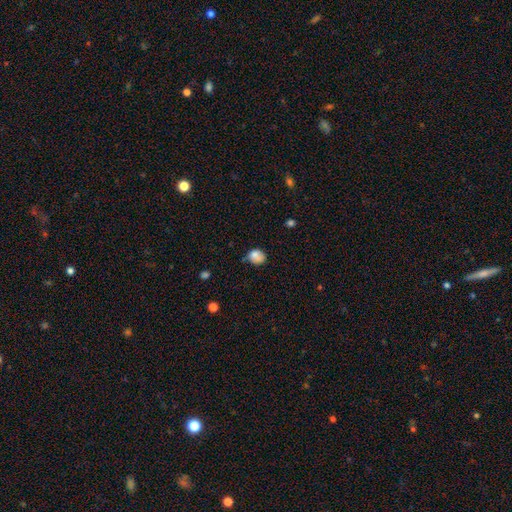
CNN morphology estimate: Smooth or featured? Predicted: smooth (p=0.82). How rounded? Predicted: round (p=0.54). Merging? Predicted: none (p=0.56).